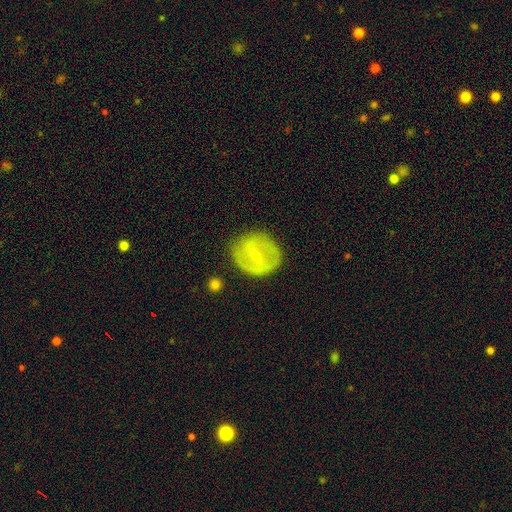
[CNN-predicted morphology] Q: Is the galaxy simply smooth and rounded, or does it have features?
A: featured or disk — 54%.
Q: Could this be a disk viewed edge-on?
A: no — 94%.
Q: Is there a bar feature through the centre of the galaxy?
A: weak — 47%.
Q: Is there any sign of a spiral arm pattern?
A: no — 57%.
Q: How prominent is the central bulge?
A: small — 60%.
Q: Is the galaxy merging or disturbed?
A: none — 75%.